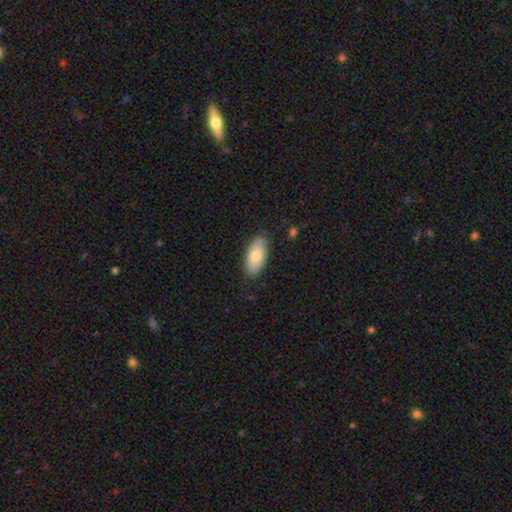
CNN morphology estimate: smooth 75%, featured or disk 19%, star or artifact 6%. Down the decision tree: how rounded — in between (91%); merging — none (81%).